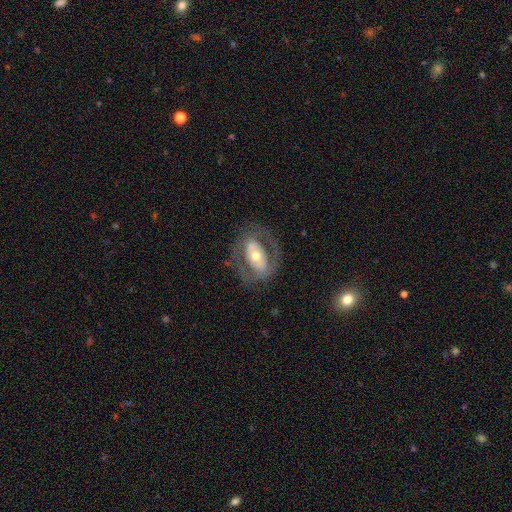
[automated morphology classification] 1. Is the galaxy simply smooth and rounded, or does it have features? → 65% featured or disk, 29% smooth, 6% star or artifact.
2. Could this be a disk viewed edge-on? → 93% no, 7% yes.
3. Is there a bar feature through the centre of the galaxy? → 55% no, 23% weak, 22% strong.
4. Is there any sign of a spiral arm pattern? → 63% no, 37% yes.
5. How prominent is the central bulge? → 65% moderate, 21% small, 11% large, 1% dominant, 1% none.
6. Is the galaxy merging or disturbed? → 69% none, 15% minor disturbance, 15% major disturbance, 1% merger.